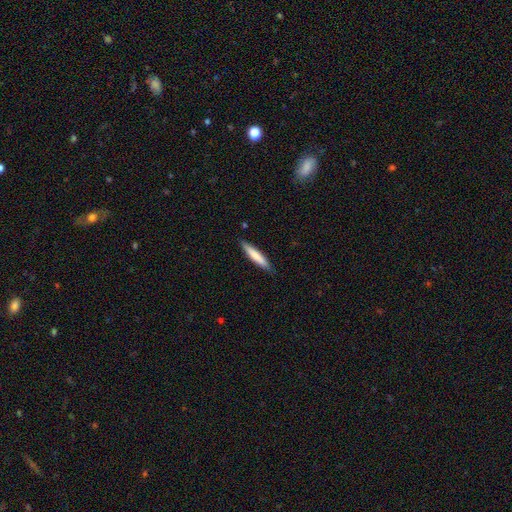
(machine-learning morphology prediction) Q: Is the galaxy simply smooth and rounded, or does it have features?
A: smooth — 75%.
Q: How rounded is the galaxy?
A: cigar-shaped — 90%.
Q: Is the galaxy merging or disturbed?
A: none — 88%.